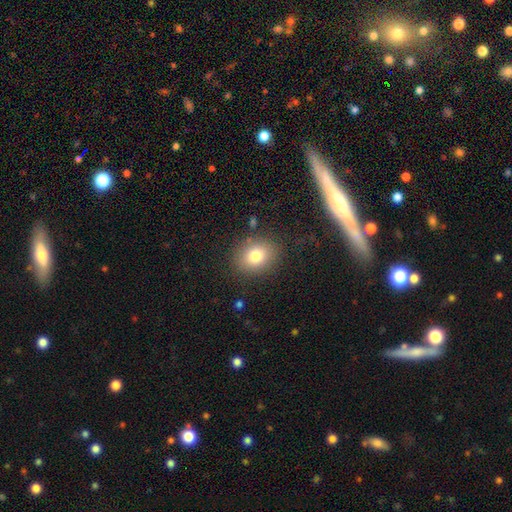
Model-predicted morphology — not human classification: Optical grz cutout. It shows a smooth galaxy with no disk features (79%) that is round (55%). Merging: none (84%).